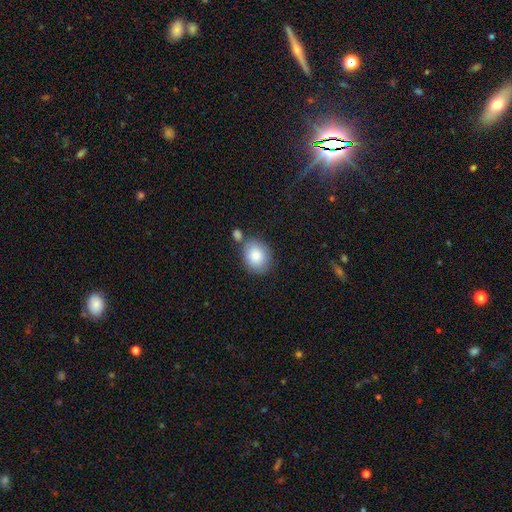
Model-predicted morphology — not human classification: Smooth or featured? Predicted: smooth (p=0.82). How rounded? Predicted: round (p=0.53). Merging? Predicted: none (p=0.63).